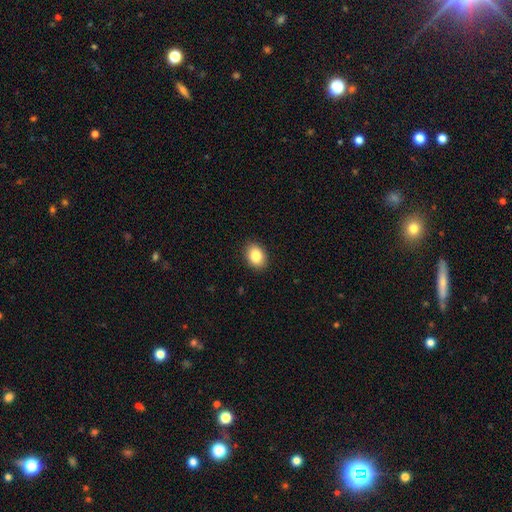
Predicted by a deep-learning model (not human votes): A smooth galaxy with no disk features (86%) that is in between round and cigar-shaped (71%). Merging: none (89%).